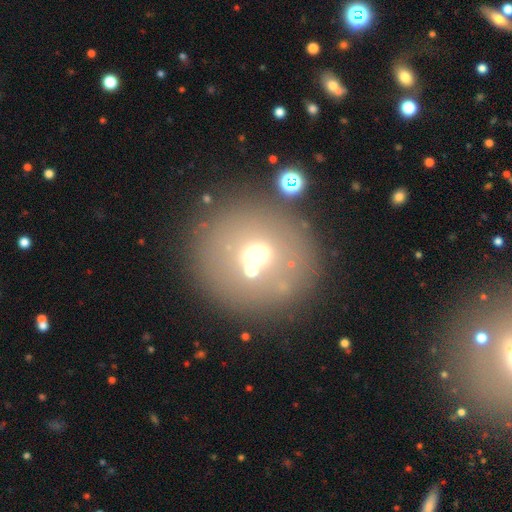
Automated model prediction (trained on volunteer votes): The model was most divided on "smooth or featured": smooth: 58%, featured or disk: 21%, star or artifact: 21%. More confident: how rounded — round (87%); merging — none (75%).